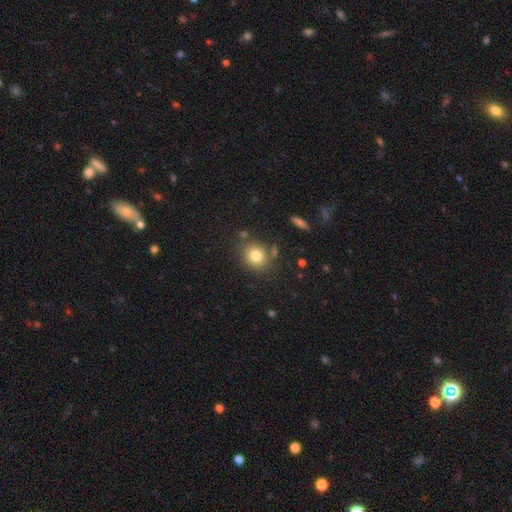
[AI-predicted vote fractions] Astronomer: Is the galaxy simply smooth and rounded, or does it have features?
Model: smooth — 79%.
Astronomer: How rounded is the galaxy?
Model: round — 63%.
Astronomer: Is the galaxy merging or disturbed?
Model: none — 77%.